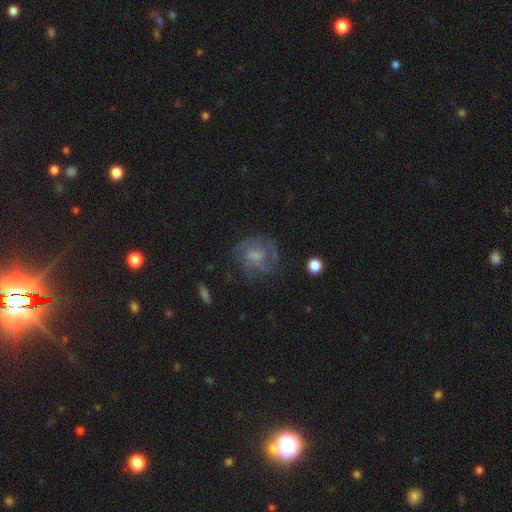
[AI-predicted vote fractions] A featured or disk galaxy (68%) with no bar (50%), medium (45%) spiral arms (84%) and a moderate central bulge (35%).

Vote fractions:
- Smooth or featured? featured or disk: 68% / smooth: 23% / star or artifact: 10%
- Edge-on disk? no: 97% / yes: 3%
- Bar? no: 50% / weak: 43% / strong: 7%
- Spiral arms? yes: 84% / no: 16%
- Spiral winding? medium: 45% / tight: 37% / loose: 19%
- Spiral arm count? can't tell: 35% / 3: 27% / 2: 19% / 4: 9% / 1: 6% / more than 4: 4%
- Bulge size? moderate: 35% / small: 34% / none: 25% / large: 5% / dominant: 1%
- Merging? none: 60% / minor disturbance: 21% / major disturbance: 17% / merger: 2%